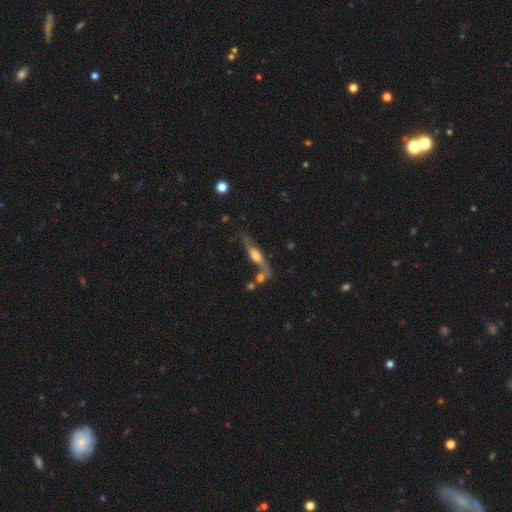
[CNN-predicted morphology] The model was most divided on "merging": none: 59%, minor disturbance: 17%, merger: 17%, major disturbance: 7%. More confident: edge-on disk — yes (86%); edge-on bulge — rounded (86%); smooth or featured — featured or disk (68%).